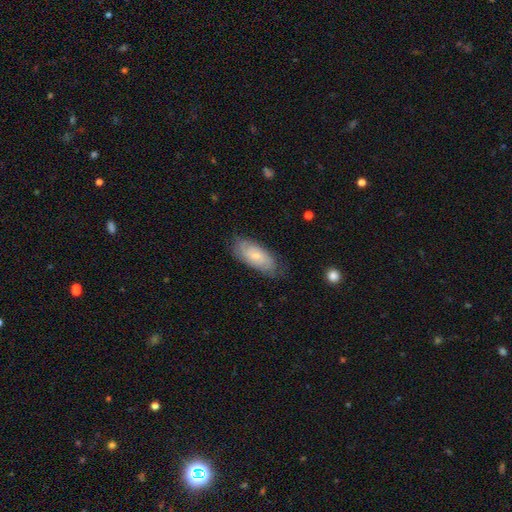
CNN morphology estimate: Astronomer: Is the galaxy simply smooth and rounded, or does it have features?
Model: smooth — 53% (runner-up: featured or disk, 41%).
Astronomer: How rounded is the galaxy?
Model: in between — 83%.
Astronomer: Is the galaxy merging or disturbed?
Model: none — 74%.